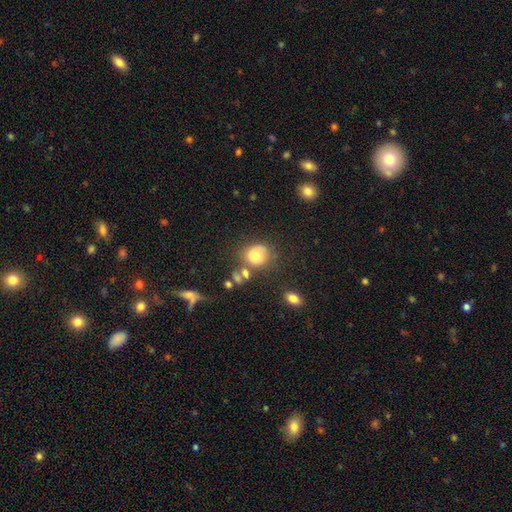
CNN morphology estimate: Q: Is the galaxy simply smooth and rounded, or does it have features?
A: smooth — 74%.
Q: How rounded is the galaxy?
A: round — 73%.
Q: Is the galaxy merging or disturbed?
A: none — 57%.